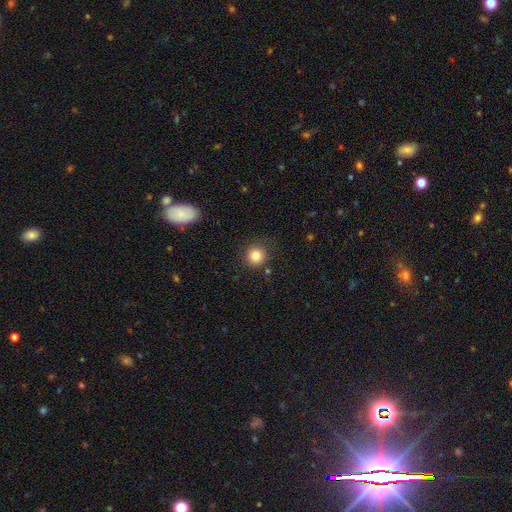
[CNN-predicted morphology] This is clearly a smooth galaxy (83%). How rounded: clearly round (93%). Merging: clearly none (86%).